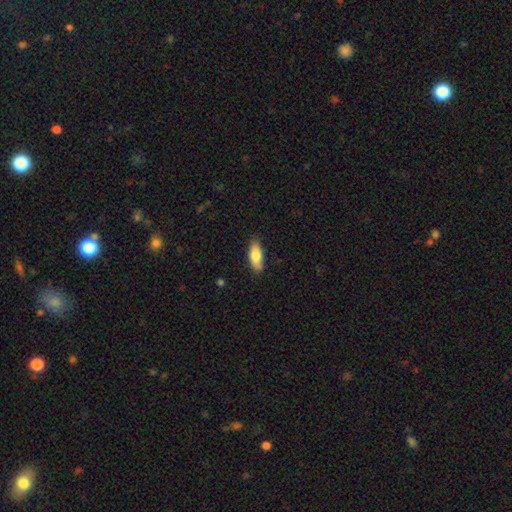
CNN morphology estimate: The model was most divided on "how rounded": in between: 73%, cigar-shaped: 25%, round: 2%. More confident: merging — none (80%); smooth or featured — smooth (79%).